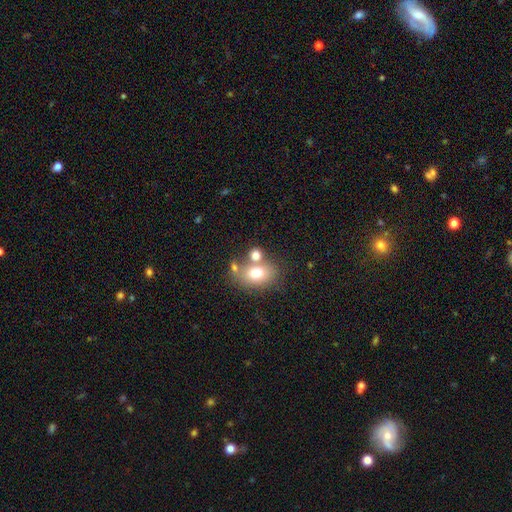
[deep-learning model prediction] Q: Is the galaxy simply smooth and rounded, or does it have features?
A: smooth — 73%.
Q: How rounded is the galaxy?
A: in between — 63%.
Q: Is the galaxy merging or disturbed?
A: none — 50%.